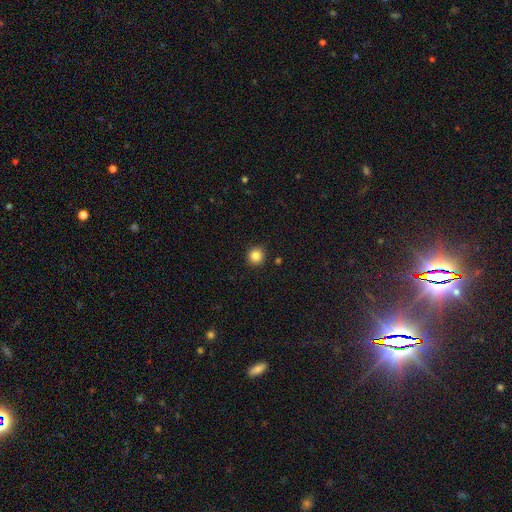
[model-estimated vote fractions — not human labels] The model was most divided on "smooth or featured": smooth: 85%, star or artifact: 11%, featured or disk: 4%. More confident: how rounded — round (95%); merging — none (91%).